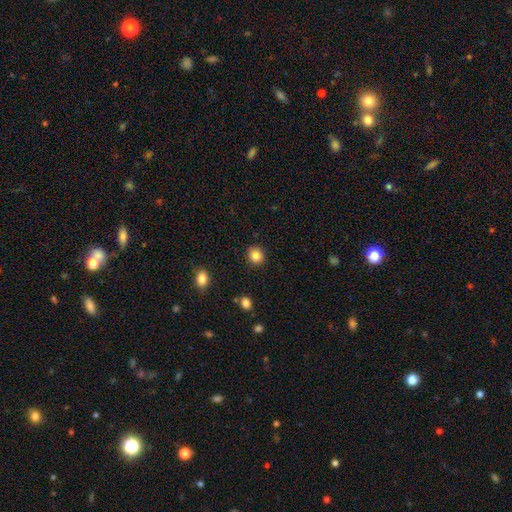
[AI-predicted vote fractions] smooth_or_featured: smooth (p=0.86) [alt: star or artifact p=0.10]
how_rounded: round (p=0.83) [alt: in between p=0.17]
merging: none (p=0.89) [alt: minor disturbance p=0.07]